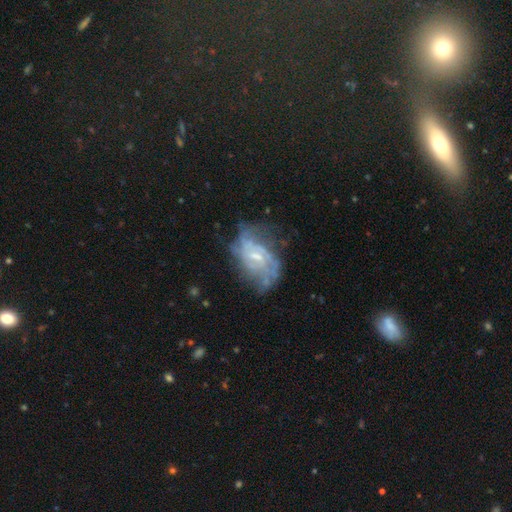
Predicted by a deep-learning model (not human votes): Smooth or featured? Predicted: featured or disk (p=0.76). Edge-on disk? Predicted: no (p=0.96). Bar? Predicted: weak (p=0.51). Spiral arms? Predicted: yes (p=0.82). Spiral winding? Predicted: tight (p=0.44). Spiral arm count? Predicted: can't tell (p=0.46). Bulge size? Predicted: small (p=0.56). Merging? Predicted: none (p=0.54).